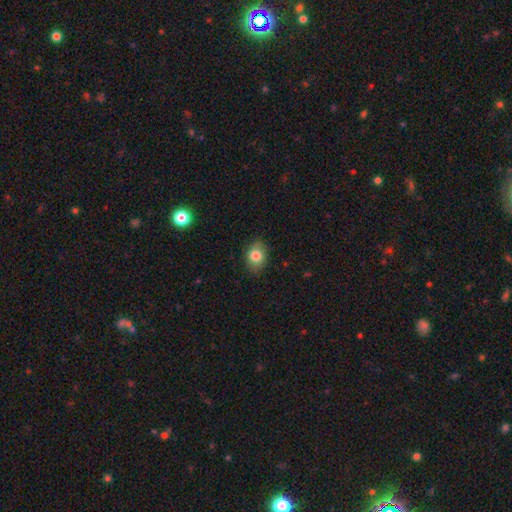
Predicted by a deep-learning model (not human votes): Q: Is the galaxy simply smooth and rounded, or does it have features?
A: smooth — 82%.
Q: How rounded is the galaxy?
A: in between — 64%.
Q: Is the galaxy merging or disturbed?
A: none — 85%.